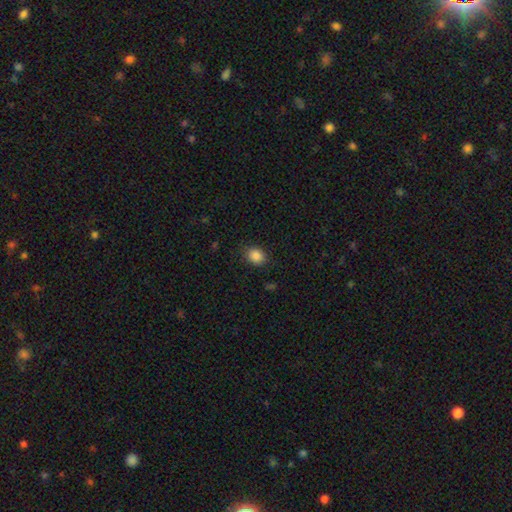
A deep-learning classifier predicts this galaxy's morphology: The model was most divided on "how rounded": round: 53%, in between: 46%, cigar-shaped: 1%. More confident: smooth or featured — smooth (87%); merging — none (83%).